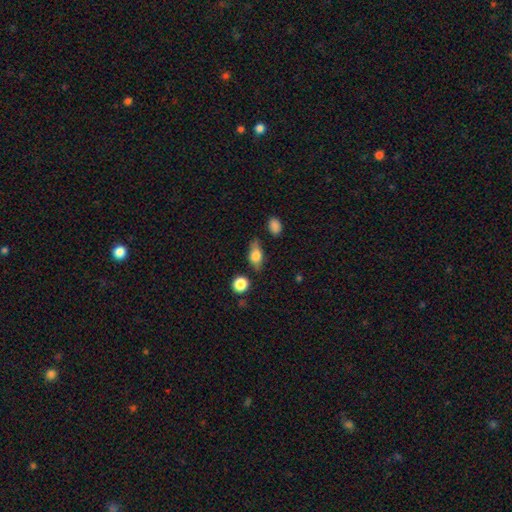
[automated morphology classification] smooth_or_featured: smooth (p=0.66) [alt: featured or disk p=0.25]
how_rounded: in between (p=0.75) [alt: cigar-shaped p=0.14]
merging: none (p=0.75) [alt: minor disturbance p=0.17]